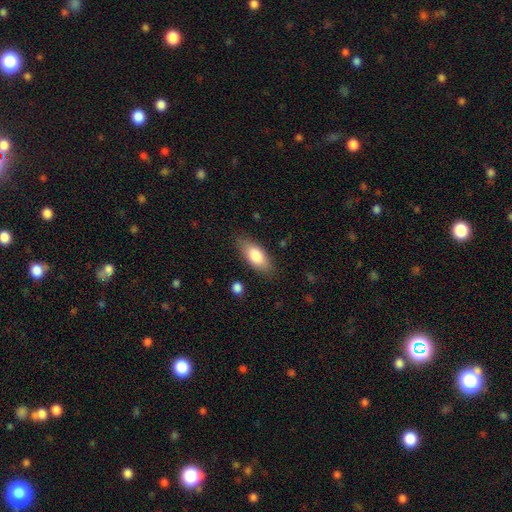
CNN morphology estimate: Overall: smooth (80%). How rounded: in between (83%). Merging: none (83%).